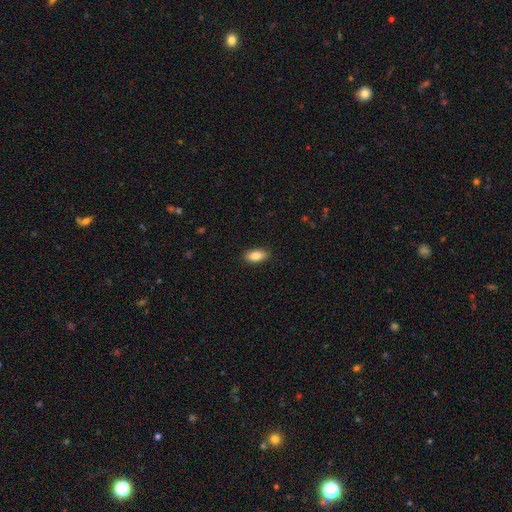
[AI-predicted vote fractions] Q: Smooth or featured?
A: smooth (86%); runner-up: featured or disk (7%)
Q: How rounded?
A: in between (90%); runner-up: cigar-shaped (7%)
Q: Merging?
A: none (89%); runner-up: minor disturbance (8%)